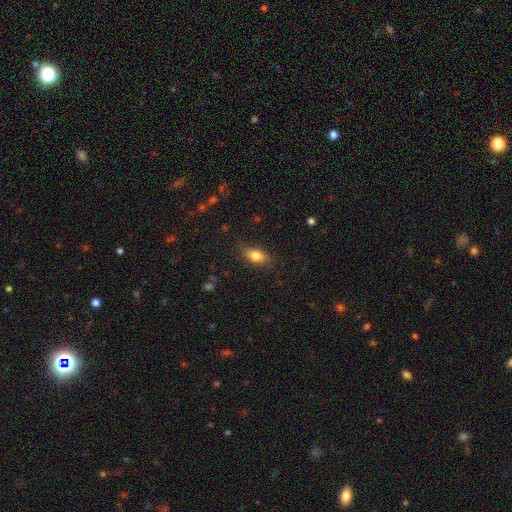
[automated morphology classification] smooth-or-featured: smooth: 80% | featured or disk: 11% | star or artifact: 8%
  how-rounded: in between: 84% | cigar-shaped: 9% | round: 8%
  merging: none: 83% | minor disturbance: 12% | major disturbance: 3% | merger: 1%